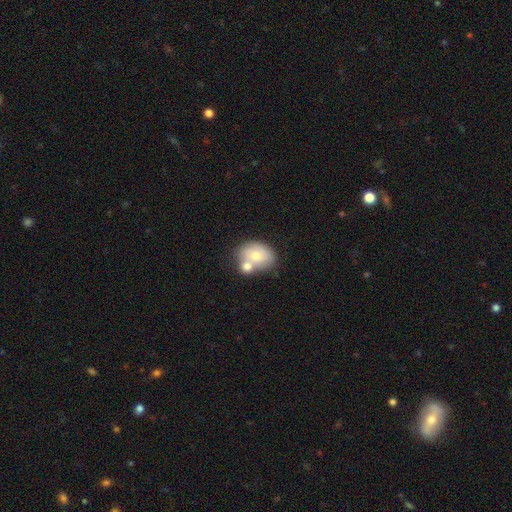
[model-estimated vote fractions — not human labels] This appears to be a smooth galaxy with no disk features (62%) that is in between round and cigar-shaped (64%). Merging: merger (47%).